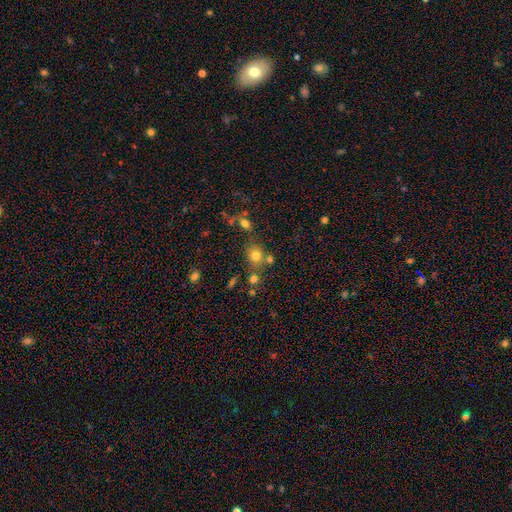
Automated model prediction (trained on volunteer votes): smooth 74%, star or artifact 16%, featured or disk 10%. Down the decision tree: how rounded — round (78%); merging — none (61%).